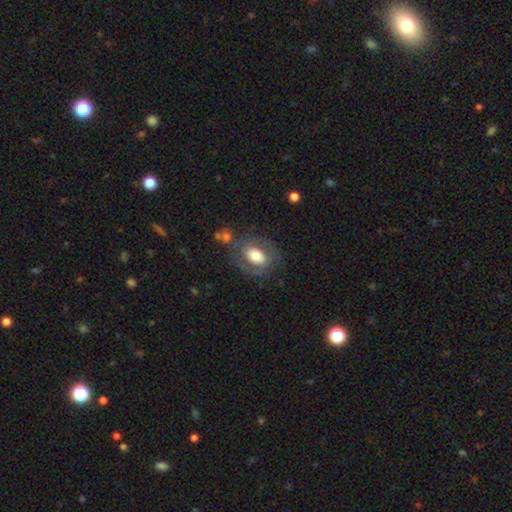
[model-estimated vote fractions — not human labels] Overall: smooth (50%; featured or disk 42%). How rounded: in between (72%). Merging: none (65%).